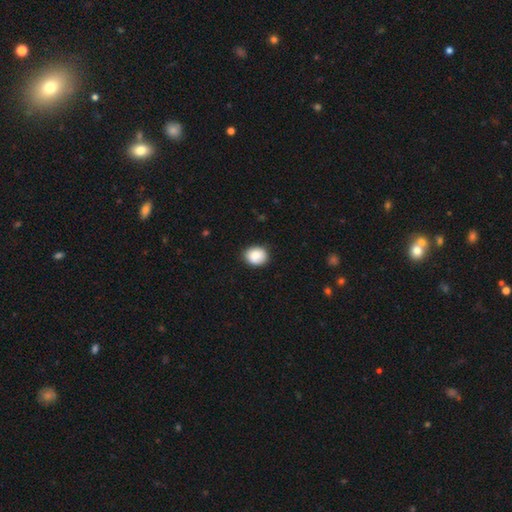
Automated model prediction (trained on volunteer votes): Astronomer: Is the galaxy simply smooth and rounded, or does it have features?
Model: smooth — 87%.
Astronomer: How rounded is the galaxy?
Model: round — 60% (runner-up: in between, 39%).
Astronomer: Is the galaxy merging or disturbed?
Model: none — 84%.